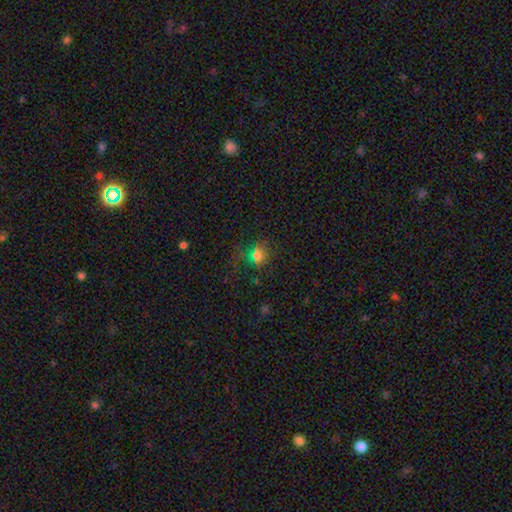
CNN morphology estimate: smooth_or_featured: smooth (p=0.63) [alt: star or artifact p=0.28]
how_rounded: round (p=0.69) [alt: in between p=0.29]
merging: none (p=0.72) [alt: minor disturbance p=0.15]